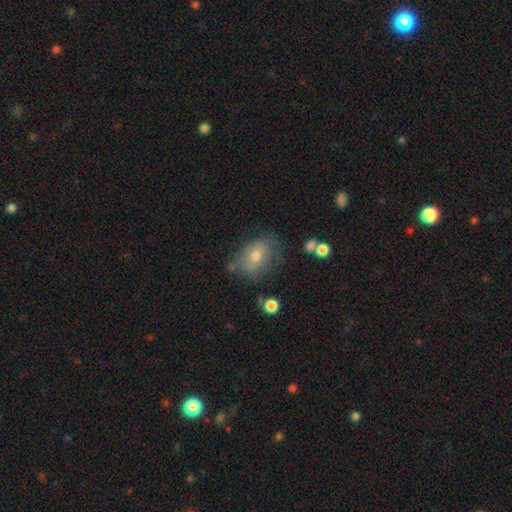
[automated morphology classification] The model was most divided on "merging": none: 56%, minor disturbance: 28%, major disturbance: 12%, merger: 5%. More confident: how rounded — in between (71%); smooth or featured — smooth (61%).